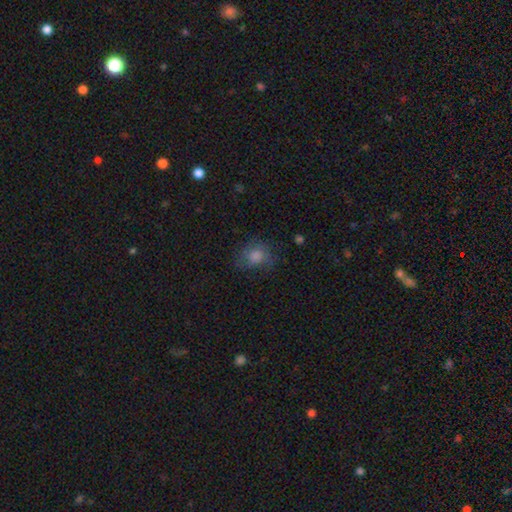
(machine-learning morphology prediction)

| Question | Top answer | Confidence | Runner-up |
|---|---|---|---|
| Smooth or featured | smooth | 71% | star or artifact (15%) |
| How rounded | round | 63% | in between (36%) |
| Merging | none | 65% | minor disturbance (21%) |